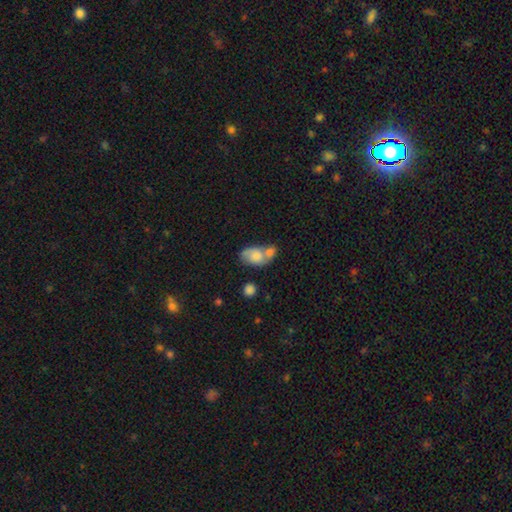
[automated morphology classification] Smooth or featured? Predicted: smooth (p=0.66). How rounded? Predicted: in between (p=0.82). Merging? Predicted: merger (p=0.56).